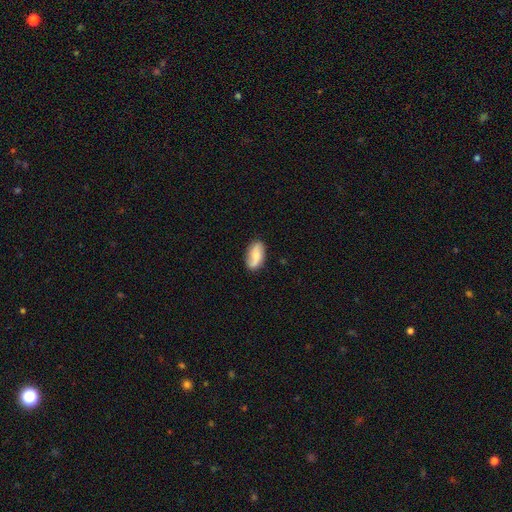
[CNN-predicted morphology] Smooth or featured?
  - featured or disk: 48% *
  - smooth: 44%
  - star or artifact: 7%
Merging?
  - none: 82% *
  - minor disturbance: 14%
  - major disturbance: 3%
  - merger: 1%